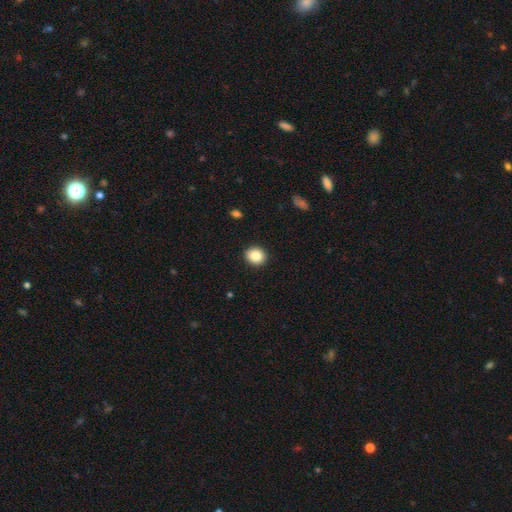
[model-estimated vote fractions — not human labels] A smooth galaxy with no disk features (86%) that is round (74%).

Vote fractions:
- Smooth or featured? smooth: 86% / star or artifact: 9% / featured or disk: 5%
- How rounded? round: 74% / in between: 25% / cigar-shaped: 1%
- Merging? none: 91% / minor disturbance: 6% / major disturbance: 2% / merger: 1%